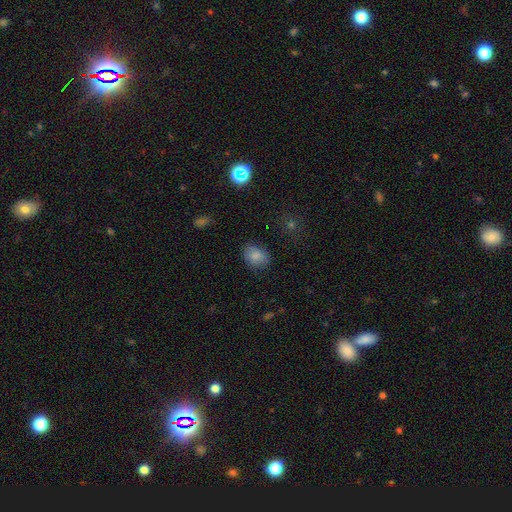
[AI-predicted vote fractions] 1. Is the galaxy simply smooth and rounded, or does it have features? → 84% smooth, 9% star or artifact, 7% featured or disk.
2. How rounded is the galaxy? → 76% in between, 23% round, 1% cigar-shaped.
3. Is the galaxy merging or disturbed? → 77% none, 18% minor disturbance, 4% major disturbance, 1% merger.